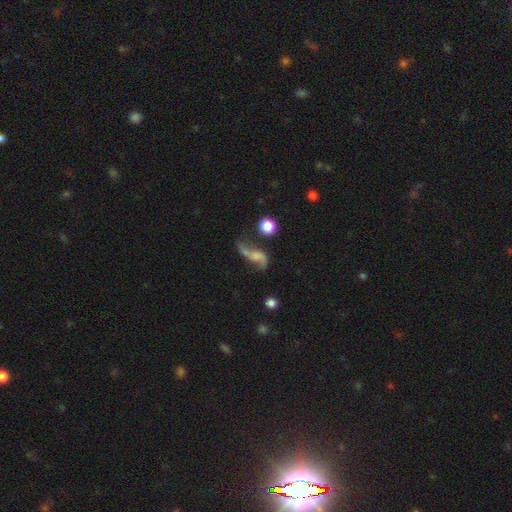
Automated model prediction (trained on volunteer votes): Smooth or featured: featured or disk — 71% (smooth — 19%)
Edge-on disk: no — 95% (yes — 5%)
Bar: no — 57% (weak — 32%)
Spiral arms: yes — 91% (no — 9%)
Spiral winding: loose — 90% (medium — 8%)
Spiral arm count: 2 — 91% (1 — 4%)
Bulge size: none — 54% (small — 22%)
Merging: none — 50% (minor disturbance — 20%)